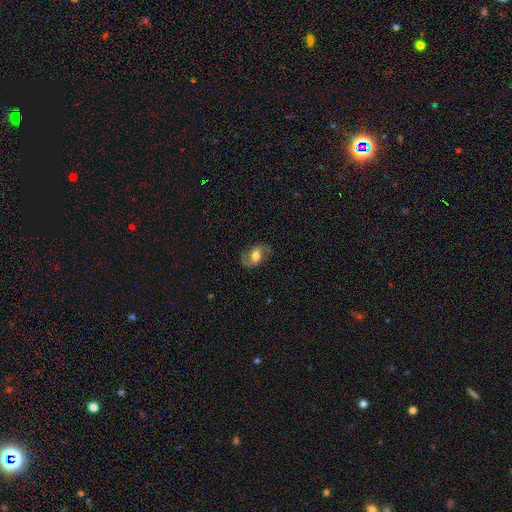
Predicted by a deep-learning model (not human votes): Smooth or featured?
  - featured or disk: 71% *
  - smooth: 22%
  - star or artifact: 7%
Edge-on disk?
  - no: 96% *
  - yes: 4%
Bar?
  - no: 42% *
  - weak: 41%
  - strong: 18%
Spiral arms?
  - yes: 89% *
  - no: 11%
Spiral winding?
  - medium: 44% *
  - loose: 43%
  - tight: 12%
Spiral arm count?
  - 2: 89% *
  - 1: 4%
  - can't tell: 4%
  - 3: 1%
  - 4: 1%
  - more than 4: 1%
Bulge size?
  - moderate: 52% *
  - large: 31%
  - small: 12%
  - dominant: 3%
  - none: 3%
Merging?
  - none: 75% *
  - minor disturbance: 15%
  - major disturbance: 9%
  - merger: 1%